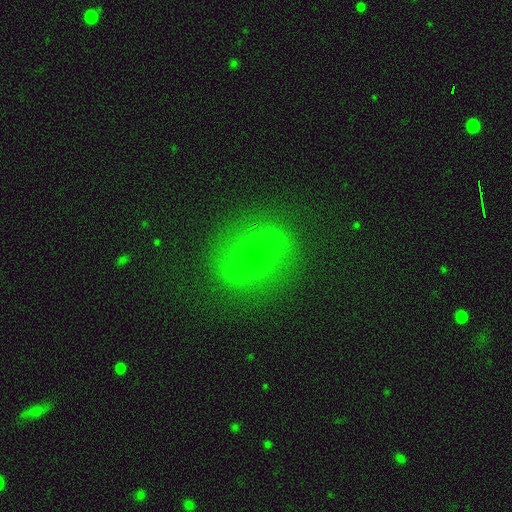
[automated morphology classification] A featured or disk galaxy (49%).

Vote fractions:
- Smooth or featured? featured or disk: 49% / smooth: 32% / star or artifact: 19%
- Merging? none: 83% / minor disturbance: 11% / major disturbance: 4% / merger: 1%